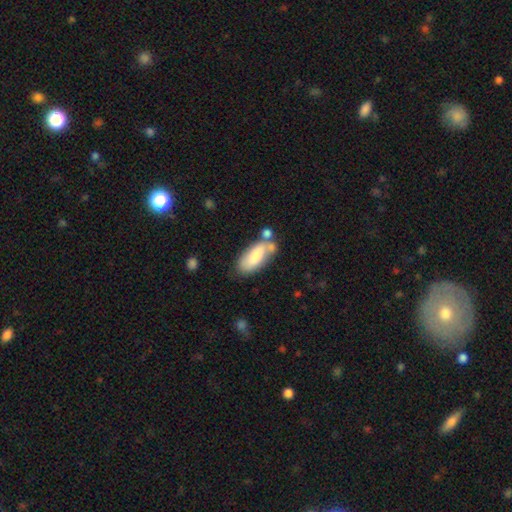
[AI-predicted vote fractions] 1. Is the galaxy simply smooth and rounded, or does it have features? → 72% smooth, 22% featured or disk, 6% star or artifact.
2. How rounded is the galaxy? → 84% in between, 14% cigar-shaped, 2% round.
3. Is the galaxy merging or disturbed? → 48% none, 24% merger, 21% minor disturbance, 7% major disturbance.